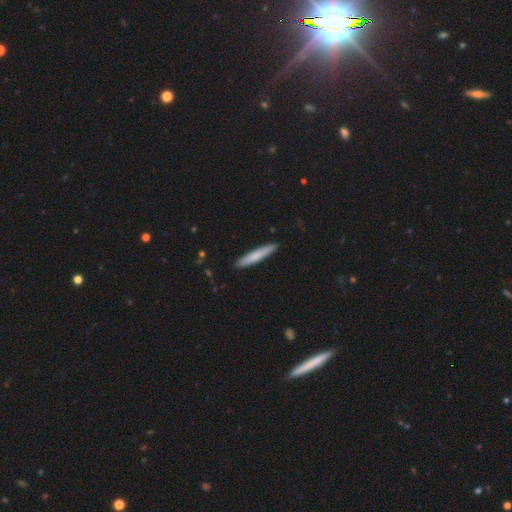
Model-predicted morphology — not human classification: A smooth galaxy with no disk features (75%) that is cigar-shaped (94%). Merging: none (91%).